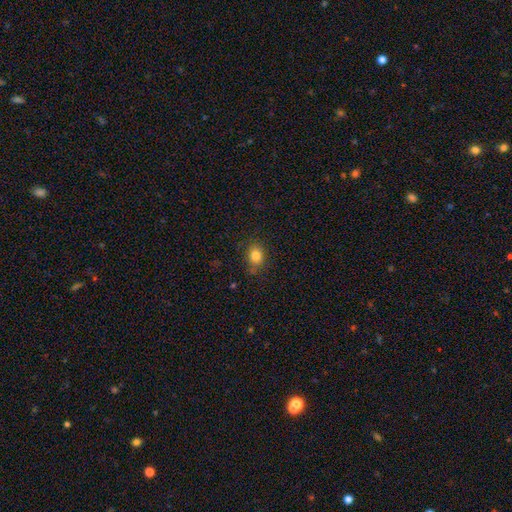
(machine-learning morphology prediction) Smooth or featured?
  - smooth: 83% *
  - star or artifact: 11%
  - featured or disk: 6%
How rounded?
  - round: 52% *
  - in between: 47%
  - cigar-shaped: 1%
Merging?
  - none: 80% *
  - minor disturbance: 14%
  - major disturbance: 4%
  - merger: 1%